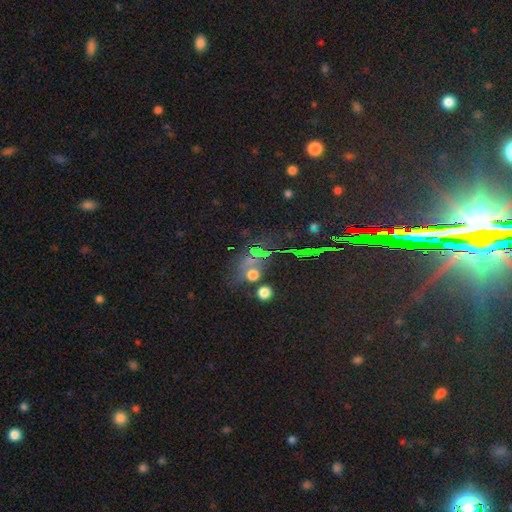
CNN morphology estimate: A star or artifact, not a galaxy (49%).